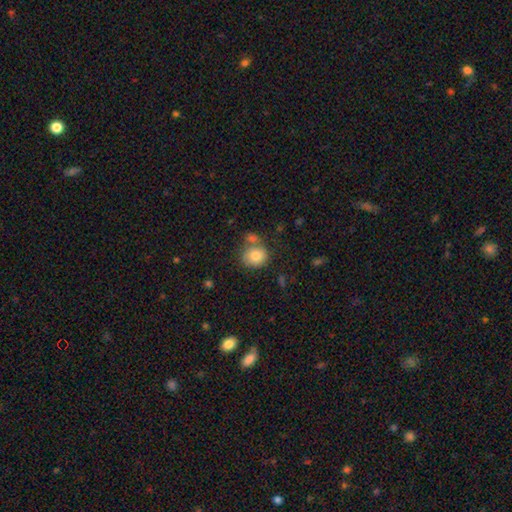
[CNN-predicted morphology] A smooth galaxy with no disk features (81%) that is round (78%).

Vote fractions:
- Smooth or featured? smooth: 81% / featured or disk: 10% / star or artifact: 8%
- How rounded? round: 78% / in between: 21% / cigar-shaped: 1%
- Merging? none: 56% / merger: 24% / minor disturbance: 15% / major disturbance: 5%